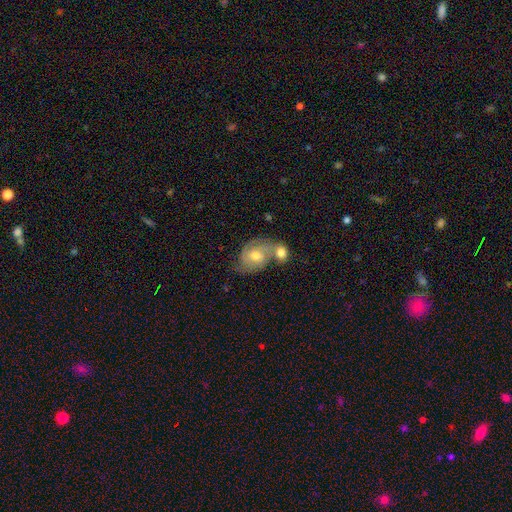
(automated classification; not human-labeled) Smooth or featured: featured or disk — 66% (smooth — 26%)
Edge-on disk: no — 97% (yes — 3%)
Bar: no — 62% (weak — 32%)
Spiral arms: yes — 90% (no — 10%)
Spiral winding: medium — 45% (tight — 40%)
Spiral arm count: 2 — 71% (can't tell — 14%)
Bulge size: moderate — 68% (small — 22%)
Merging: merger — 42% (none — 37%)